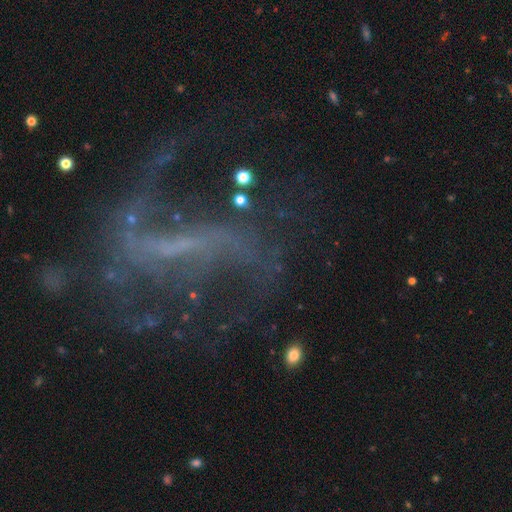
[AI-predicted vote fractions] The model was most divided on "bar": strong: 47%, weak: 35%, no: 19%. More confident: edge-on disk — no (96%); spiral arms — yes (86%); smooth or featured — featured or disk (83%); spiral winding — loose (72%); spiral arm count — 2 (70%); bulge size — none (56%); merging — none (53%).